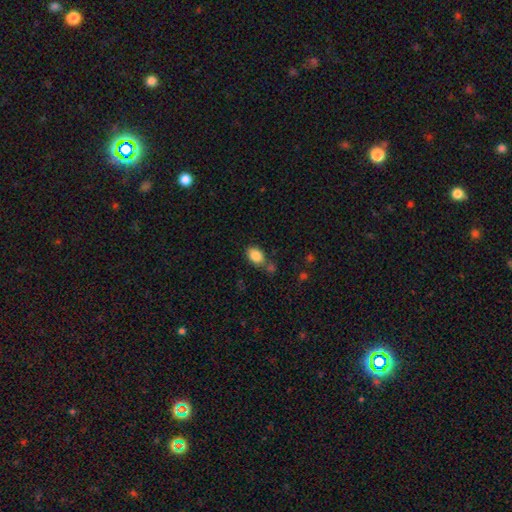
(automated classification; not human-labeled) Smooth or featured? Predicted: smooth (p=0.85). How rounded? Predicted: in between (p=0.80). Merging? Predicted: none (p=0.62).